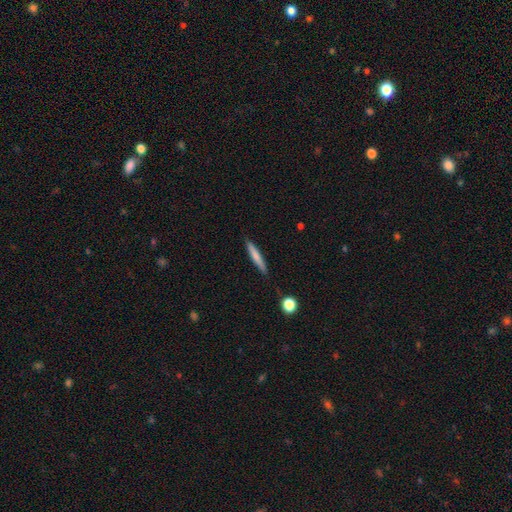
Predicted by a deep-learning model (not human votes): Smooth or featured?
  - smooth: 69% *
  - featured or disk: 25%
  - star or artifact: 6%
How rounded?
  - cigar-shaped: 94% *
  - in between: 5%
  - round: 1%
Merging?
  - none: 86% *
  - minor disturbance: 10%
  - major disturbance: 2%
  - merger: 2%